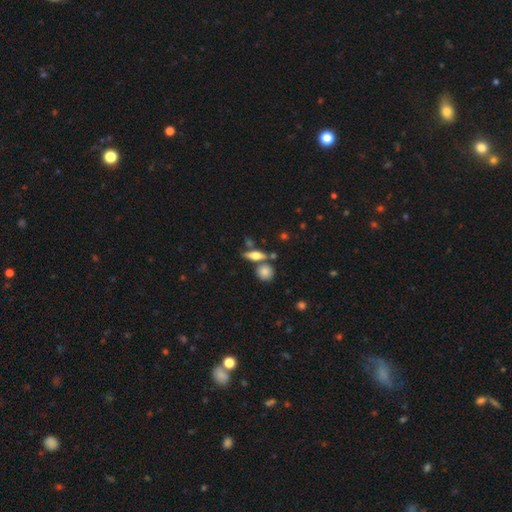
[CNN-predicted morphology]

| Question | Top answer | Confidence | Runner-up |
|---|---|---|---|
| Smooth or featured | smooth | 48% | featured or disk (43%) |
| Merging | none | 69% | merger (16%) |